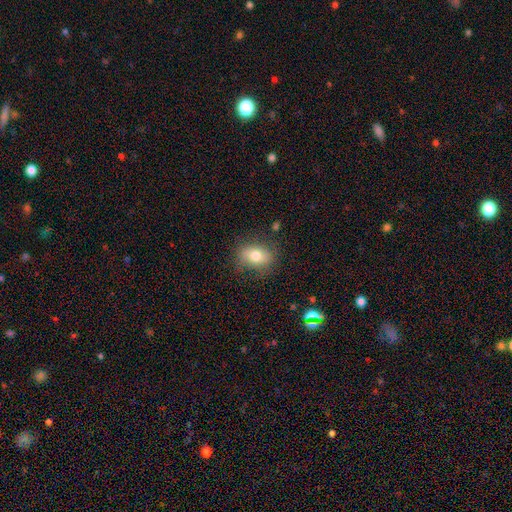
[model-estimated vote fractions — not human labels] Smooth or featured? Predicted: smooth (p=0.73). How rounded? Predicted: in between (p=0.71). Merging? Predicted: none (p=0.77).